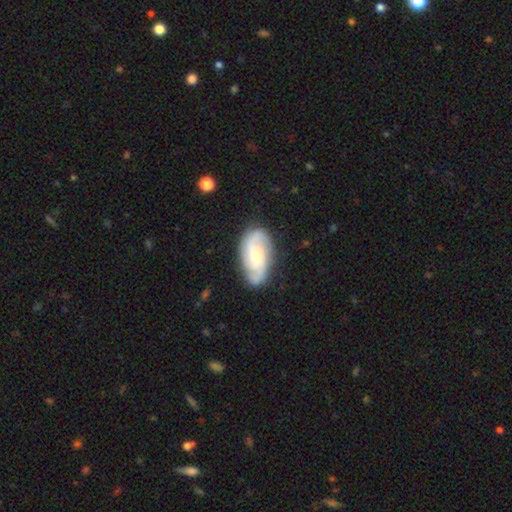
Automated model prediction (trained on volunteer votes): featured or disk 74%, smooth 20%, star or artifact 5%. Down the decision tree: edge-on disk — no (96%); bar — no (60%); spiral arms — yes (96%); spiral arm count — 2 (63%); spiral winding — medium (45%); bulge size — small (48%); merging — none (79%).